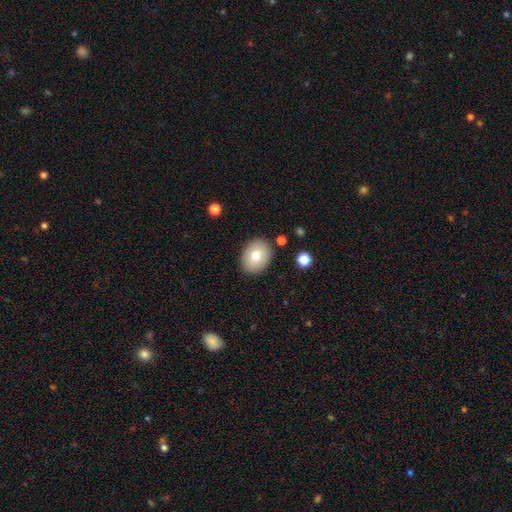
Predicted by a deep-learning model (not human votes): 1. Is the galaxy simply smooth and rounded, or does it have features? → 74% smooth, 17% featured or disk, 9% star or artifact.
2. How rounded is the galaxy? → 54% in between, 45% round, 1% cigar-shaped.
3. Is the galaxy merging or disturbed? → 87% none, 9% minor disturbance, 2% major disturbance, 2% merger.